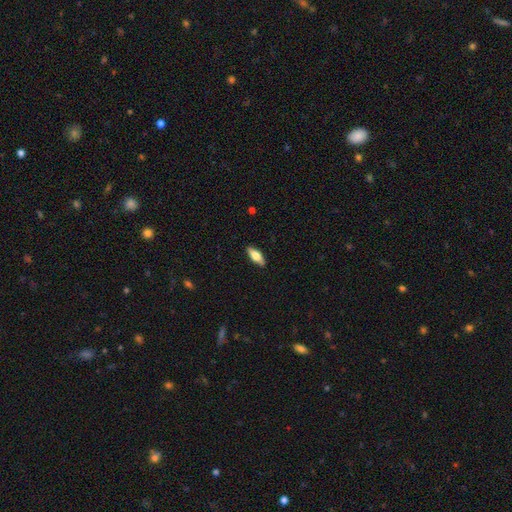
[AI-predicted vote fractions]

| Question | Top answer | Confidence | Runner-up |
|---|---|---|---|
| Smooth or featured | smooth | 62% | featured or disk (32%) |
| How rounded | in between | 71% | cigar-shaped (27%) |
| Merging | none | 88% | minor disturbance (9%) |